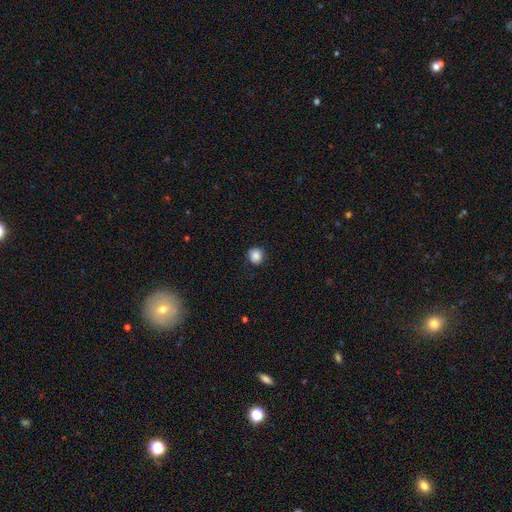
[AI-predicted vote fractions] Smooth or featured? Predicted: smooth (p=0.85). How rounded? Predicted: round (p=0.89). Merging? Predicted: none (p=0.83).